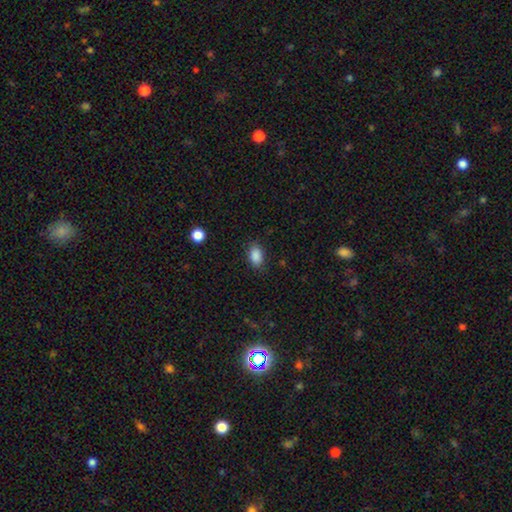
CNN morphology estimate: This is clearly a smooth galaxy (88%). How rounded: clearly in between (87%). Merging: clearly none (83%).